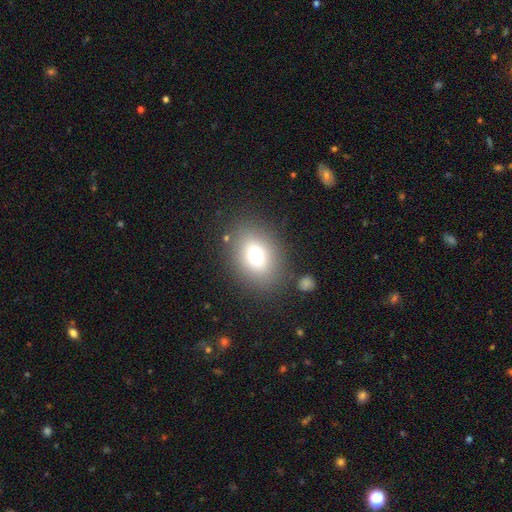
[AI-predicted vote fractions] smooth 71%, star or artifact 16%, featured or disk 14%. Down the decision tree: how rounded — in between (57%); merging — none (80%).